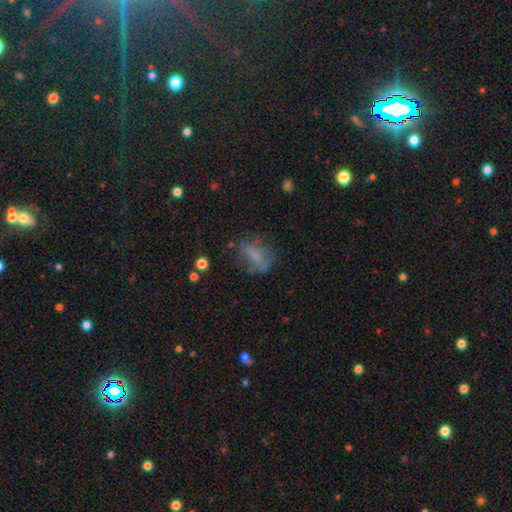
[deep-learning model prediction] Overall: smooth (53%; featured or disk 33%). How rounded: in between (60%; cigar-shaped 26%). Merging: none (50%; minor disturbance 24%).